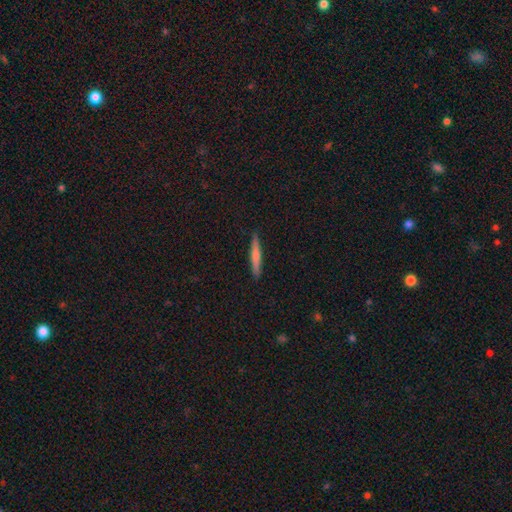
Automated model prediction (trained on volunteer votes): Smooth or featured? smooth (63%)
How rounded? cigar-shaped (95%)
Merging? none (90%)